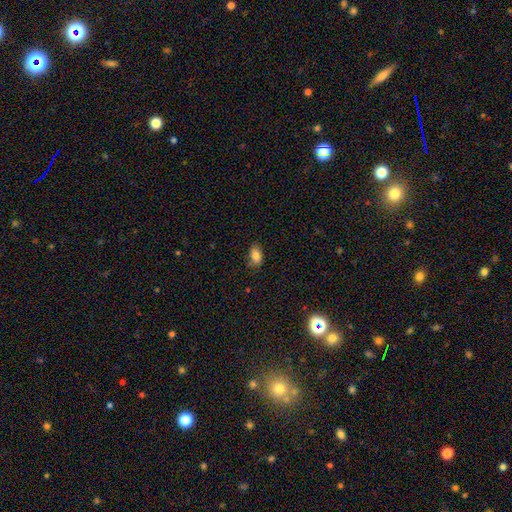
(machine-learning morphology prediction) The model was most divided on "merging": none: 79%, minor disturbance: 17%, major disturbance: 3%, merger: 2%. More confident: how rounded — in between (89%); smooth or featured — smooth (84%).